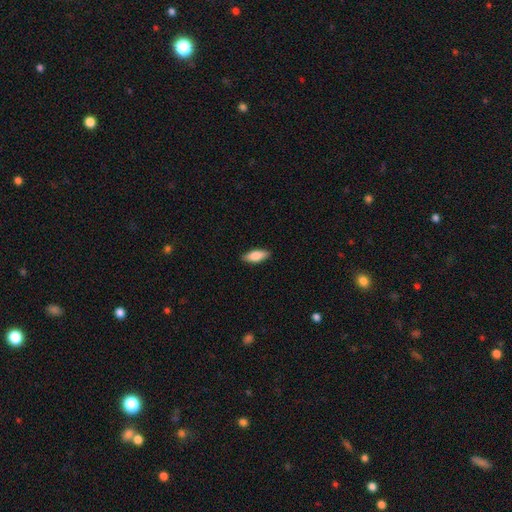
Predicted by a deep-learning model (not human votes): A smooth galaxy with no disk features (81%) that is in between round and cigar-shaped (78%). Merging: none (89%).